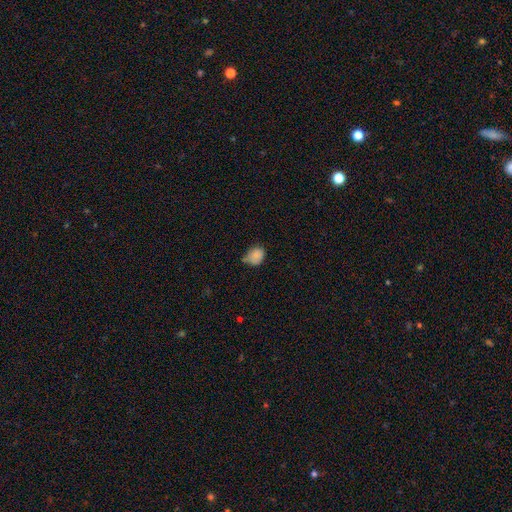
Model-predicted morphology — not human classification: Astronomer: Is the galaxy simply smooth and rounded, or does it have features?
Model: smooth — 82%.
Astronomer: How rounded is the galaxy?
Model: round — 50% (runner-up: in between, 49%).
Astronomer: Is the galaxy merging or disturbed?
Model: none — 44% (runner-up: minor disturbance, 37%).